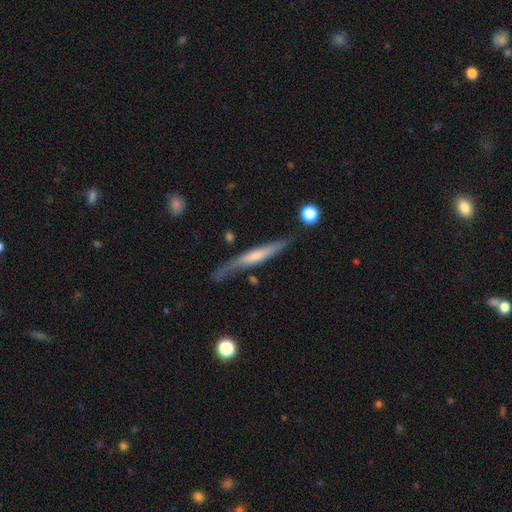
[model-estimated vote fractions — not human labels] The model was most divided on "smooth or featured": featured or disk: 57%, smooth: 38%, star or artifact: 6%. More confident: edge-on disk — yes (88%); merging — none (64%).